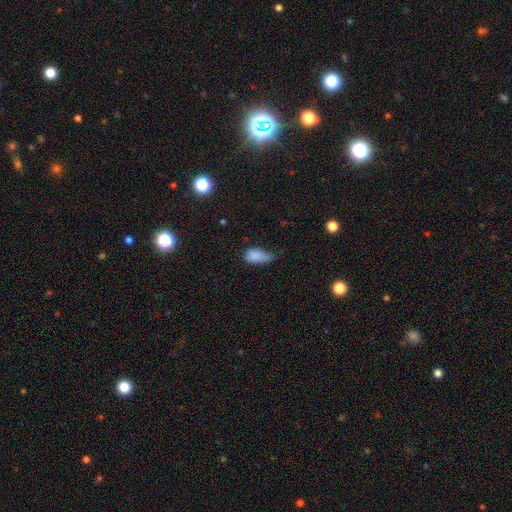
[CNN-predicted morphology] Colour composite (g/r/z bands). It shows a smooth galaxy with no disk features (80%) that is in between round and cigar-shaped (89%). Merging: minor disturbance (47%).